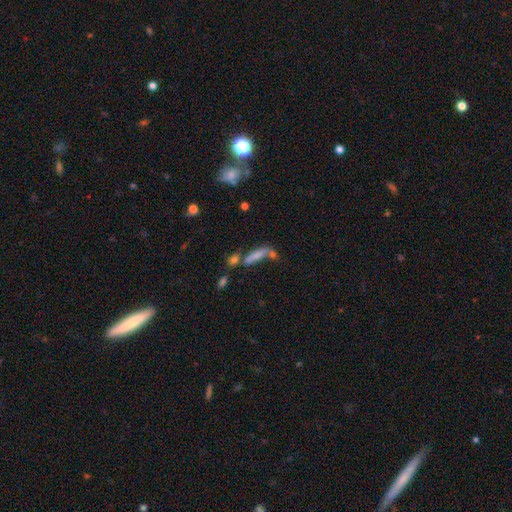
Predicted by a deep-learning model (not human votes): Smooth or featured?
  - smooth: 65% *
  - featured or disk: 22%
  - star or artifact: 13%
How rounded?
  - cigar-shaped: 68% *
  - in between: 29%
  - round: 3%
Merging?
  - merger: 37% *
  - none: 36%
  - minor disturbance: 14%
  - major disturbance: 13%